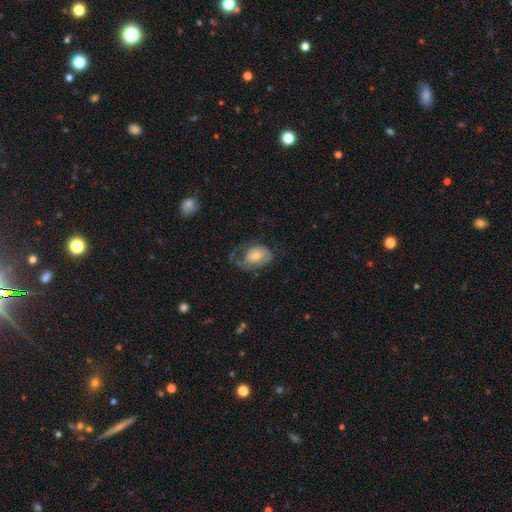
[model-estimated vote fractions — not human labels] The model was most divided on "smooth or featured": featured or disk: 48%, smooth: 46%, star or artifact: 7%. Remaining: merging — major disturbance (43%).